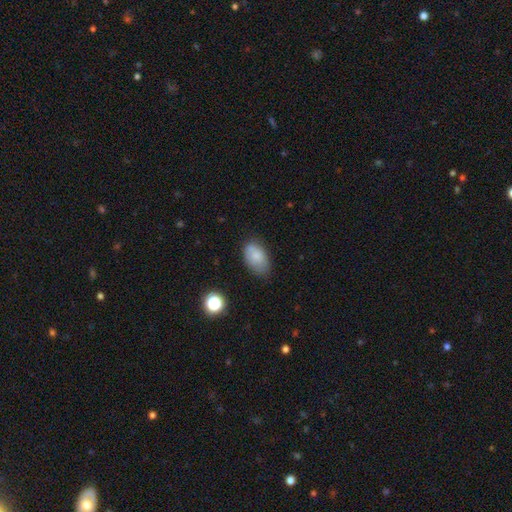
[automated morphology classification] Q: Smooth or featured?
A: smooth (78%); runner-up: featured or disk (13%)
Q: How rounded?
A: in between (90%); runner-up: round (9%)
Q: Merging?
A: none (62%); runner-up: minor disturbance (27%)